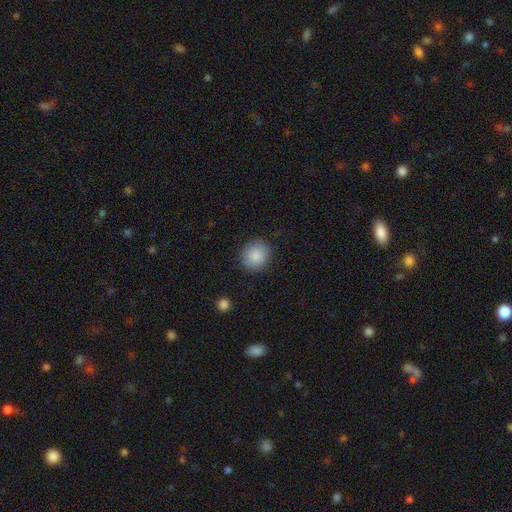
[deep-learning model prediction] This is clearly a smooth galaxy (87%). How rounded: clearly round (88%). Merging: clearly none (88%).